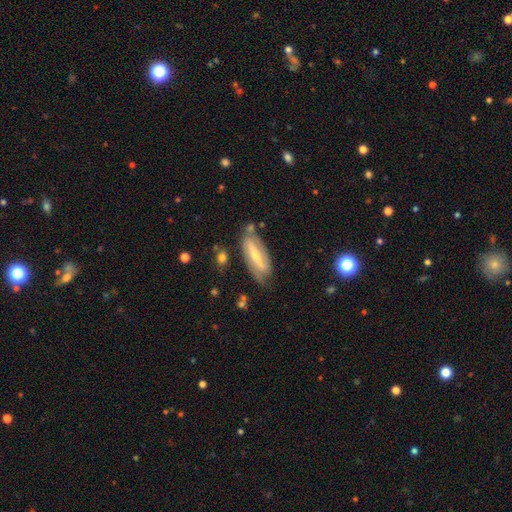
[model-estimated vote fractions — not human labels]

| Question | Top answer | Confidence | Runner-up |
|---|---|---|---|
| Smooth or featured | featured or disk | 63% | smooth (30%) |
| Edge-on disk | no | 78% | yes (22%) |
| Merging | none | 69% | minor disturbance (21%) |